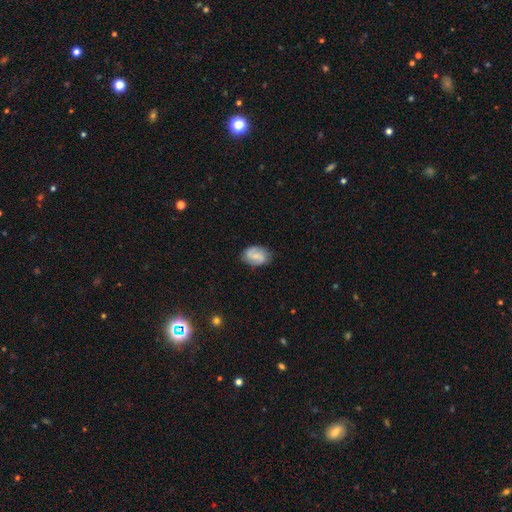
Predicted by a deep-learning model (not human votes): A featured or disk galaxy (58%) with a weak bar (49%), 2 (88%) medium (44%) spiral arms (89%) and a small central bulge (55%). Merging: none (81%).